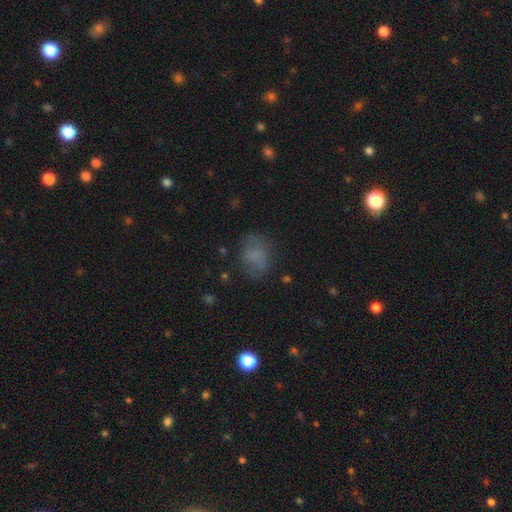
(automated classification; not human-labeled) smooth 65%, featured or disk 19%, star or artifact 16%. Down the decision tree: how rounded — in between (65%); merging — none (61%).